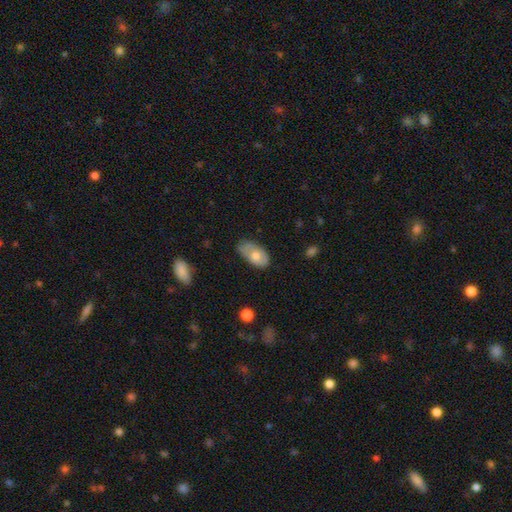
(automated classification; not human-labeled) smooth_or_featured: smooth (p=0.63) [alt: featured or disk p=0.30]
how_rounded: in between (p=0.93) [alt: round p=0.05]
merging: none (p=0.52) [alt: minor disturbance p=0.36]